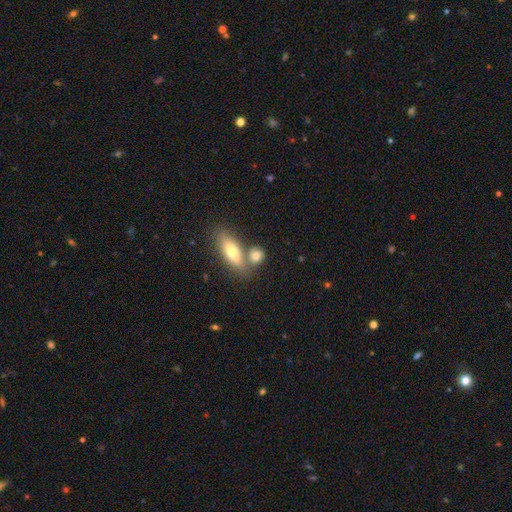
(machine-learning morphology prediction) Smooth or featured? smooth (77%)
How rounded? in between (48%)
Merging? none (53%)